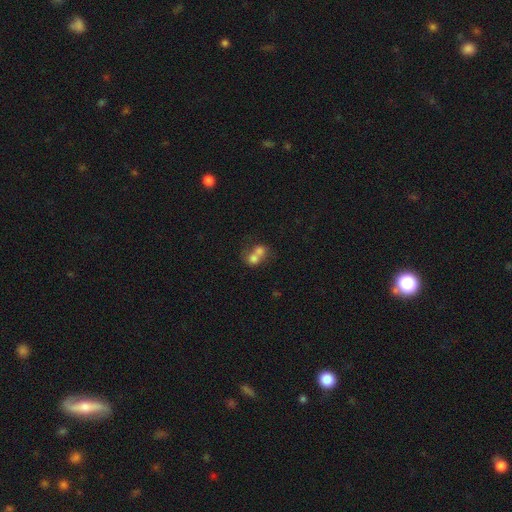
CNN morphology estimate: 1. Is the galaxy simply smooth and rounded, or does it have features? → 69% smooth, 21% featured or disk, 11% star or artifact.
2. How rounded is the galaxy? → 65% round, 34% in between, 1% cigar-shaped.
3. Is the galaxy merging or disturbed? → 73% merger, 18% none, 5% minor disturbance, 4% major disturbance.